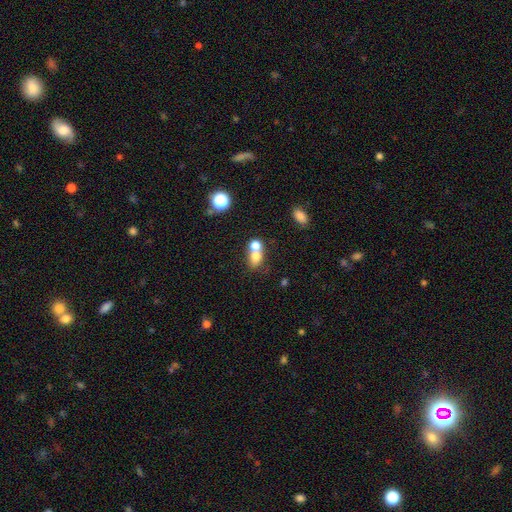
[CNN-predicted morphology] Q: Smooth or featured?
A: smooth (73%); runner-up: featured or disk (15%)
Q: How rounded?
A: round (50%); runner-up: in between (48%)
Q: Merging?
A: merger (60%); runner-up: none (29%)